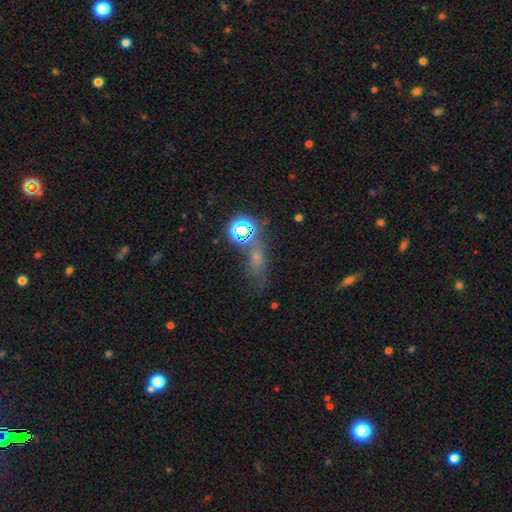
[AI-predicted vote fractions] smooth_or_featured: star or artifact (p=0.42) [alt: smooth p=0.40]